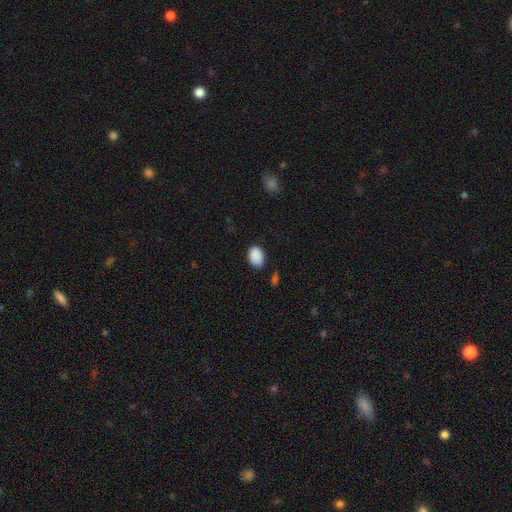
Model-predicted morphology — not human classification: Q: Smooth or featured?
A: smooth (90%); runner-up: star or artifact (7%)
Q: How rounded?
A: in between (83%); runner-up: round (16%)
Q: Merging?
A: none (81%); runner-up: minor disturbance (14%)